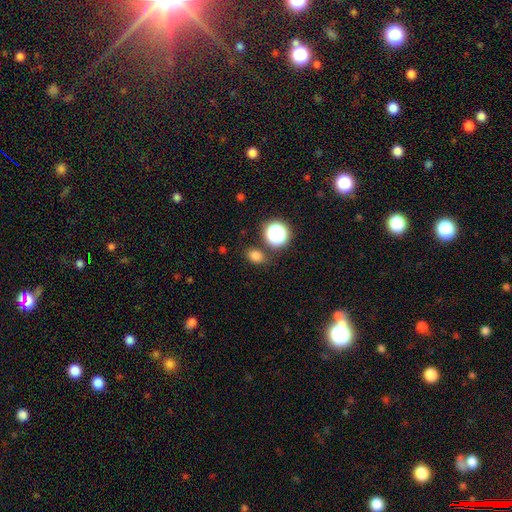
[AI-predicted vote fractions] Morphology: type=smooth (77%); roundness=in between (55%); merging=none (78%).